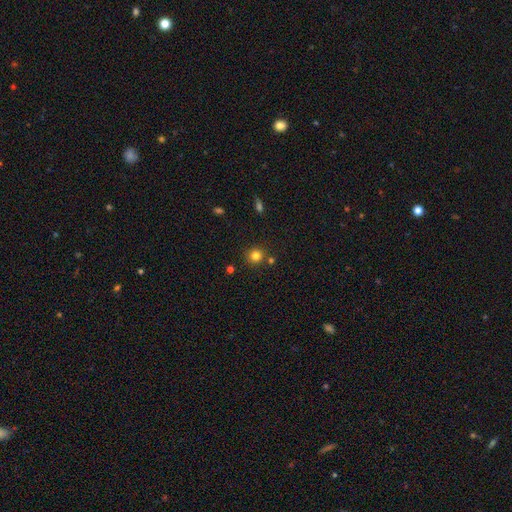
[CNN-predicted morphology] This appears to be a smooth galaxy with no disk features (80%) that is round (92%). Merging: none (81%).